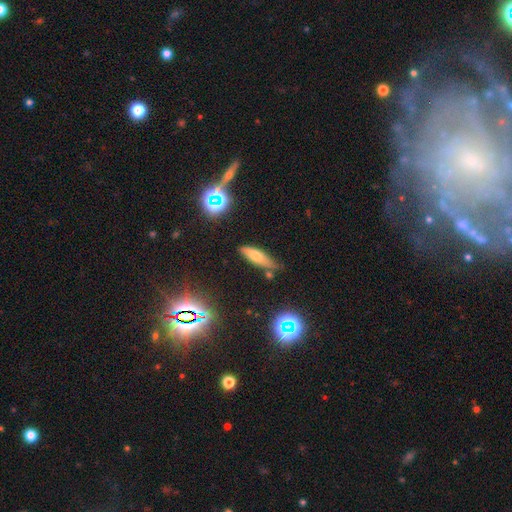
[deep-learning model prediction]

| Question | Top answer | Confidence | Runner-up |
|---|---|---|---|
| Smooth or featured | smooth | 64% | featured or disk (23%) |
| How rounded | cigar-shaped | 51% | in between (46%) |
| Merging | none | 69% | minor disturbance (21%) |